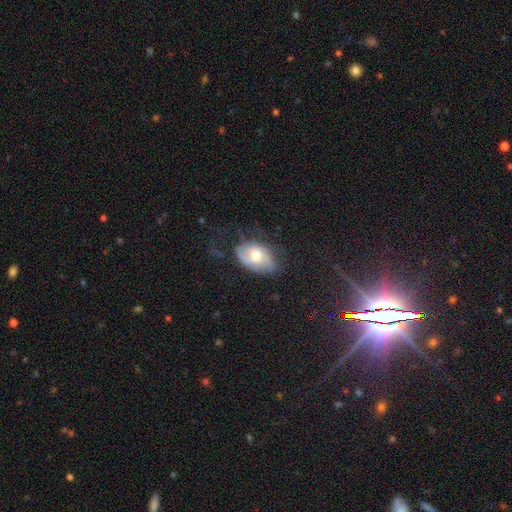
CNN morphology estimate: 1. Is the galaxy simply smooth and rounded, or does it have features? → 47% featured or disk, 45% smooth, 8% star or artifact.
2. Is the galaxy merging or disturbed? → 46% none, 30% minor disturbance, 22% major disturbance, 2% merger.